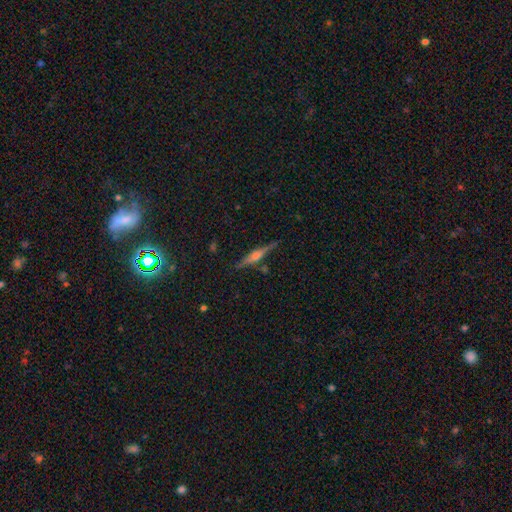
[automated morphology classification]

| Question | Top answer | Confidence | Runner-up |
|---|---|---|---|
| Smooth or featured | featured or disk | 77% | smooth (16%) |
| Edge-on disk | yes | 98% | no (2%) |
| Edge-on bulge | rounded | 83% | boxy (12%) |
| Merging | none | 87% | minor disturbance (9%) |